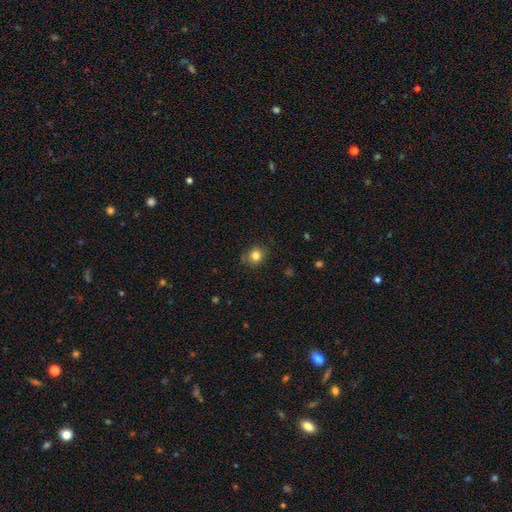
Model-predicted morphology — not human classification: Overall: smooth (82%). How rounded: round (80%). Merging: none (82%).